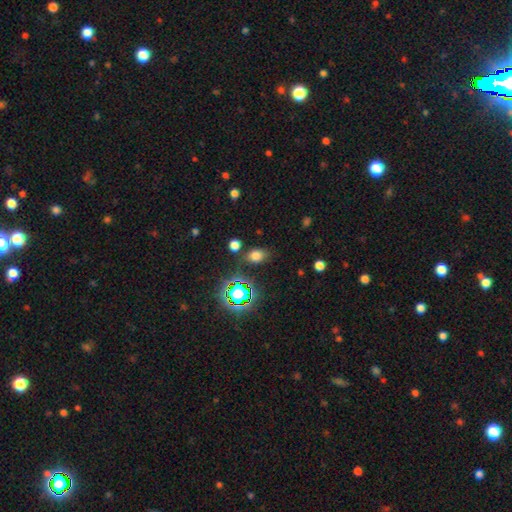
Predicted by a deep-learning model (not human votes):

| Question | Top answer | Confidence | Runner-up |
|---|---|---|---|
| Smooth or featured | smooth | 69% | star or artifact (23%) |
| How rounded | in between | 73% | round (26%) |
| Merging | none | 77% | minor disturbance (14%) |